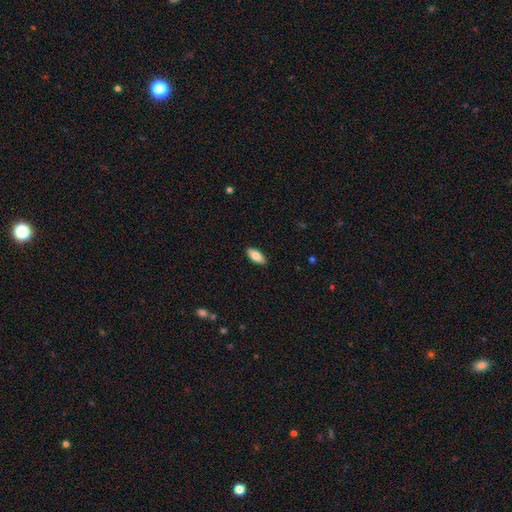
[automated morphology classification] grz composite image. It shows a smooth galaxy with no disk features (84%) that is in between round and cigar-shaped (86%). Merging: none (90%).